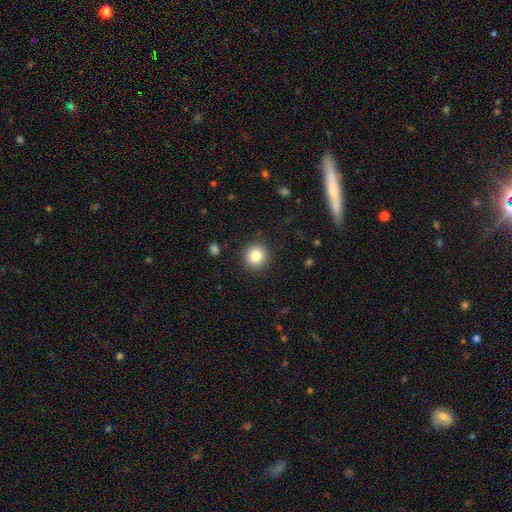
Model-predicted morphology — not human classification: The model was most divided on "smooth or featured": smooth: 83%, star or artifact: 10%, featured or disk: 6%. More confident: how rounded — round (93%); merging — none (90%).